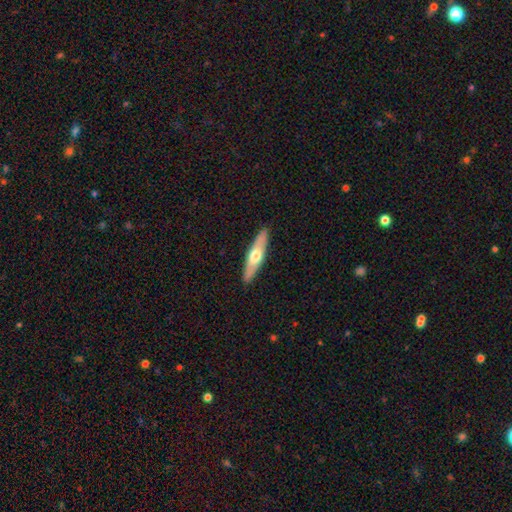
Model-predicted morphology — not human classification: The model was most divided on "smooth or featured": smooth: 48%, featured or disk: 47%, star or artifact: 5%. More confident: merging — none (89%).